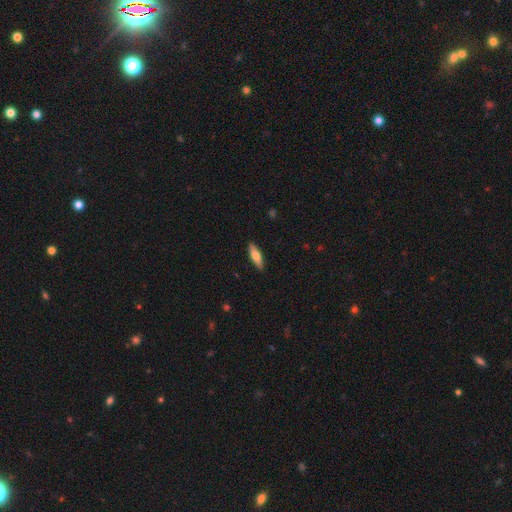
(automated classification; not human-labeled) Overall: smooth (65%; featured or disk 30%). How rounded: cigar-shaped (51%; in between 47%). Merging: none (88%).